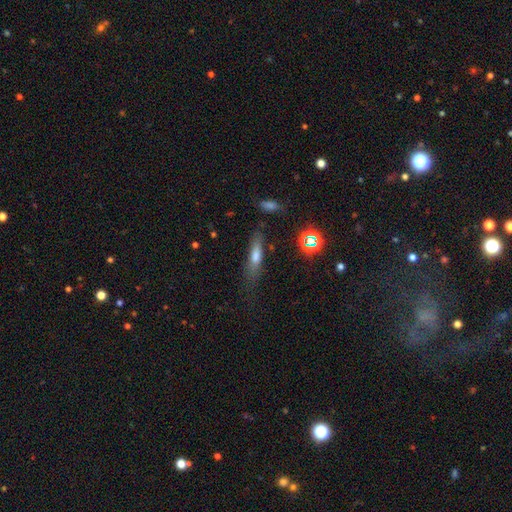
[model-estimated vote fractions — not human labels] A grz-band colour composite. It shows a smooth galaxy with no disk features (55%) that is cigar-shaped (74%). Merging: none (70%).